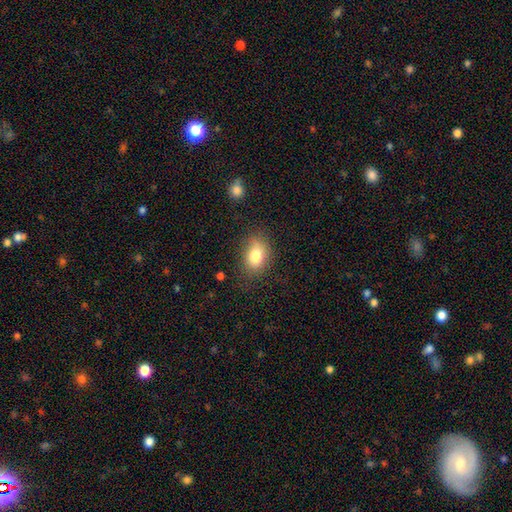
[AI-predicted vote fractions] Q: Smooth or featured?
A: smooth (80%); runner-up: featured or disk (11%)
Q: How rounded?
A: in between (74%); runner-up: round (25%)
Q: Merging?
A: none (73%); runner-up: minor disturbance (19%)